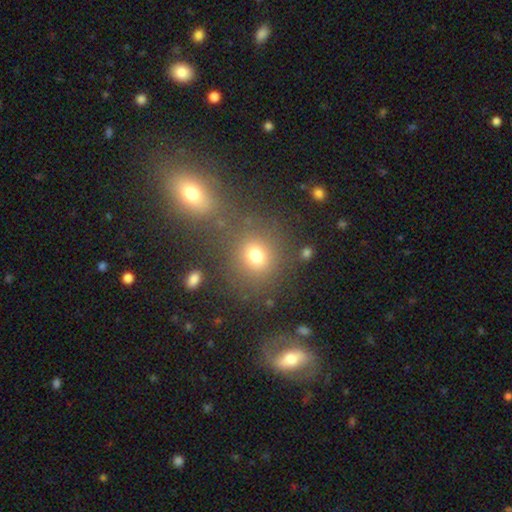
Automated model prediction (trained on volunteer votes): Smooth or featured? smooth (72%)
How rounded? round (76%)
Merging? none (69%)